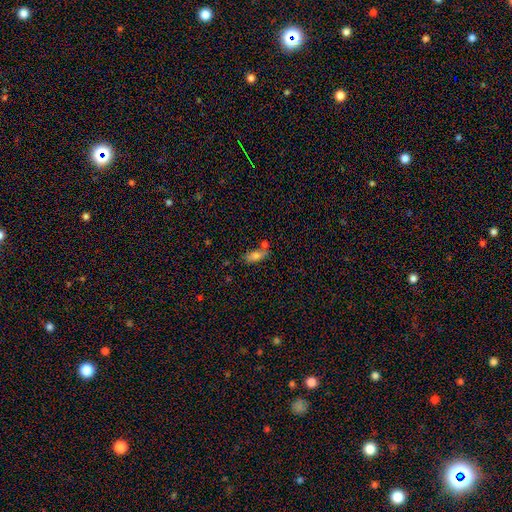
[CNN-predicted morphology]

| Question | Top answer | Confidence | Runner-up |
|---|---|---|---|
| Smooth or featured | smooth | 76% | featured or disk (15%) |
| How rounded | in between | 75% | cigar-shaped (21%) |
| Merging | none | 53% | merger (23%) |